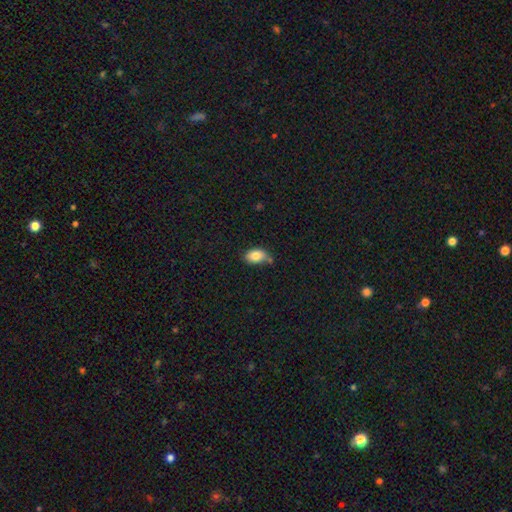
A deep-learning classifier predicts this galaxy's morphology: This appears to be a smooth galaxy with no disk features (84%) that is in between round and cigar-shaped (87%). Merging: none (62%).